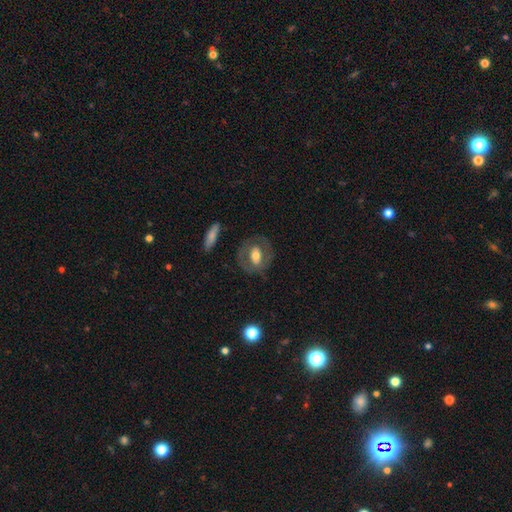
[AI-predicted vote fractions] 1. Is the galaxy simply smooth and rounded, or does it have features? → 52% featured or disk, 41% smooth, 7% star or artifact.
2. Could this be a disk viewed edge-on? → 92% no, 8% yes.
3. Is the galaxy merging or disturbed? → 74% none, 14% minor disturbance, 10% major disturbance, 2% merger.